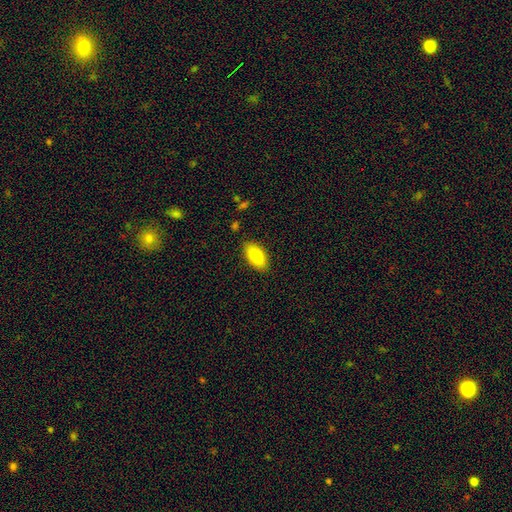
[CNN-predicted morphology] smooth-or-featured: smooth: 81% | featured or disk: 13% | star or artifact: 7%
  how-rounded: in between: 92% | cigar-shaped: 4% | round: 3%
  merging: none: 87% | minor disturbance: 10% | major disturbance: 2% | merger: 1%